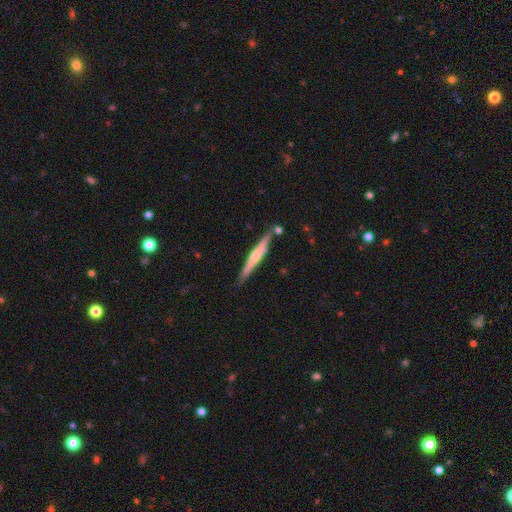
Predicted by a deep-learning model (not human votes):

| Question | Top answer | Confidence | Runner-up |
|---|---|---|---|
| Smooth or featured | featured or disk | 66% | smooth (28%) |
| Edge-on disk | yes | 97% | no (3%) |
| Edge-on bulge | rounded | 71% | none (15%) |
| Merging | none | 82% | minor disturbance (11%) |